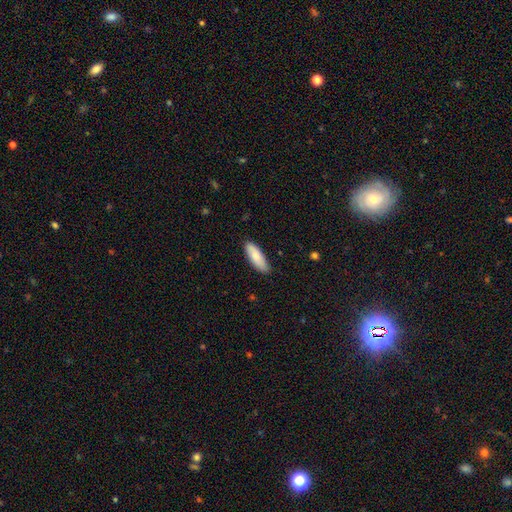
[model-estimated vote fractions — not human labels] Smooth or featured: smooth — 83% (featured or disk — 11%)
How rounded: in between — 63% (cigar-shaped — 36%)
Merging: none — 84% (minor disturbance — 13%)